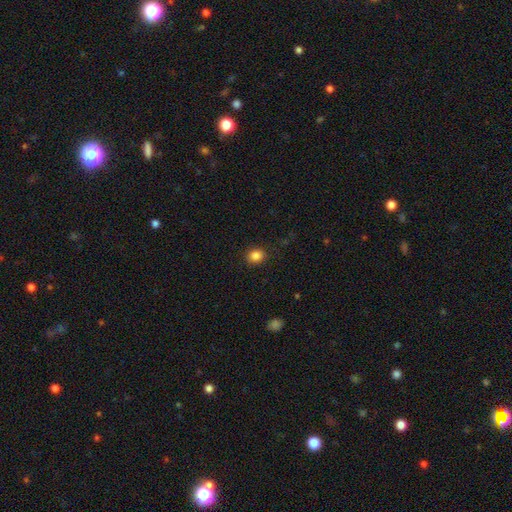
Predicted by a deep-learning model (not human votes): smooth-or-featured: smooth: 85% | star or artifact: 10% | featured or disk: 4%
  how-rounded: round: 72% | in between: 27% | cigar-shaped: 1%
  merging: none: 89% | minor disturbance: 8% | major disturbance: 2% | merger: 1%